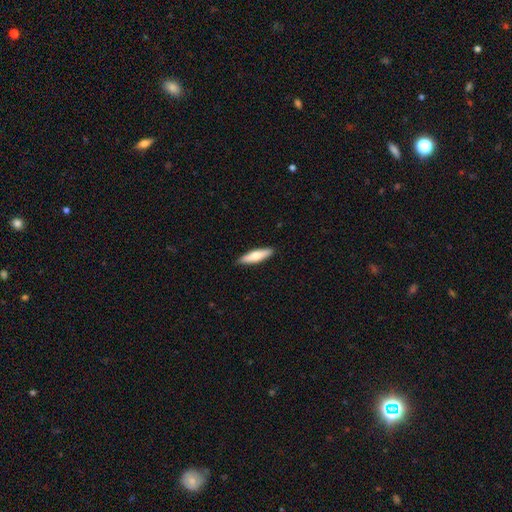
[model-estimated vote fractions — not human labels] The model was most divided on "smooth or featured": smooth: 65%, featured or disk: 30%, star or artifact: 5%. More confident: merging — none (90%); how rounded — cigar-shaped (69%).